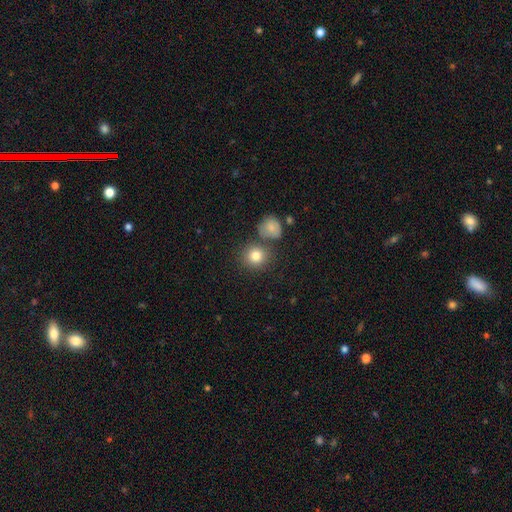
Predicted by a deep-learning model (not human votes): A smooth galaxy with no disk features (81%) that is round (87%). Merging: none (72%).